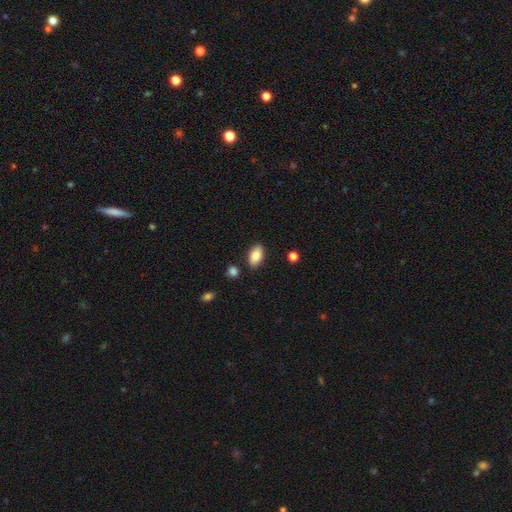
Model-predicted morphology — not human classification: This is clearly a smooth galaxy (86%). How rounded: clearly in between (92%). Merging: clearly none (86%).